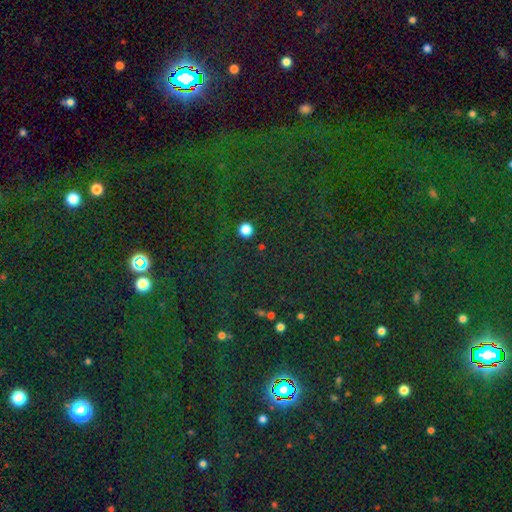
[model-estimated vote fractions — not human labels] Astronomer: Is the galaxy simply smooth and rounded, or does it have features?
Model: star or artifact — 82%.